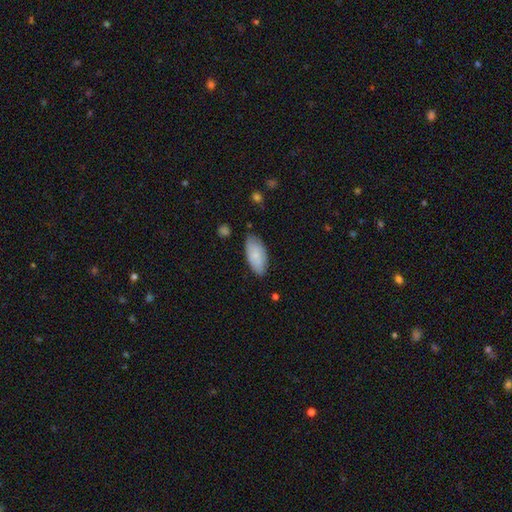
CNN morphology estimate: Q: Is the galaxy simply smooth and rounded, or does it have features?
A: smooth — 76%.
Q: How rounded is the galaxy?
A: in between — 92%.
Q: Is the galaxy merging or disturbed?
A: none — 76%.